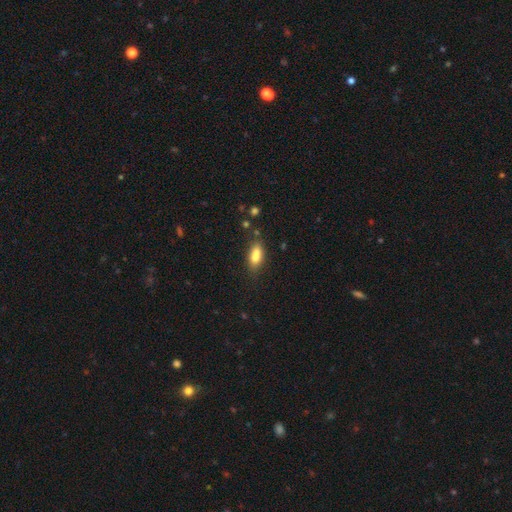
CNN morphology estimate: Smooth or featured? smooth (76%)
How rounded? in between (79%)
Merging? none (53%)